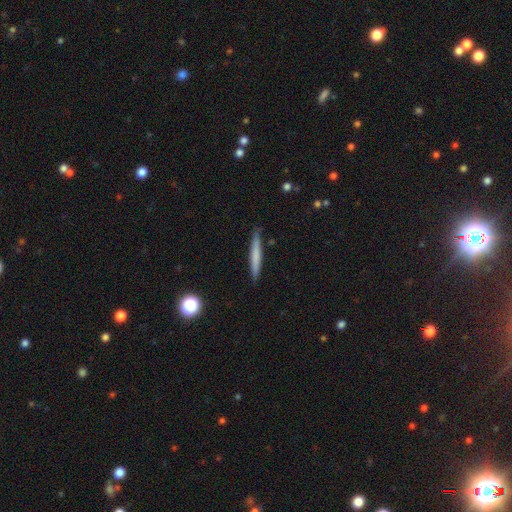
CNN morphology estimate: Smooth or featured? Predicted: smooth (p=0.65). How rounded? Predicted: cigar-shaped (p=0.96). Merging? Predicted: none (p=0.89).